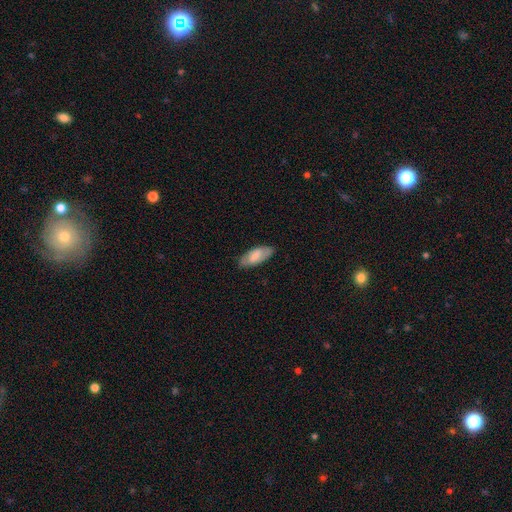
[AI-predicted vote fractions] Smooth or featured: smooth — 75% (featured or disk — 19%)
How rounded: in between — 81% (cigar-shaped — 17%)
Merging: none — 81% (minor disturbance — 14%)